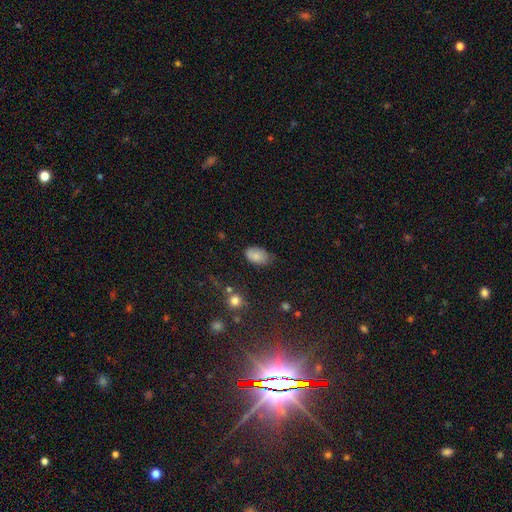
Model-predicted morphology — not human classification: This appears to be a smooth galaxy with no disk features (81%) that is in between round and cigar-shaped (91%). Merging: none (62%).